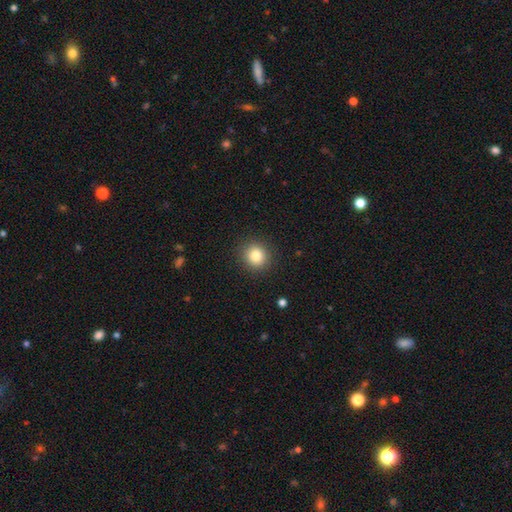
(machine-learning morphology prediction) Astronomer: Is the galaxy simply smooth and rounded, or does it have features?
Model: smooth — 83%.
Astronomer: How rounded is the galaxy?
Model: round — 89%.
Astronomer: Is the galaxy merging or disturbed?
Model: none — 91%.